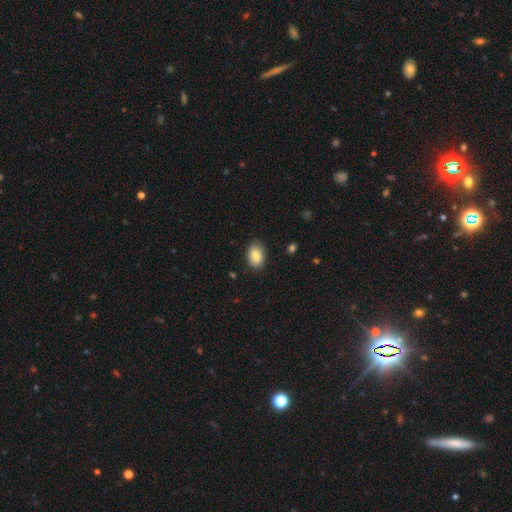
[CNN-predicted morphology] Smooth or featured? Predicted: smooth (p=0.85). How rounded? Predicted: in between (p=0.87). Merging? Predicted: none (p=0.85).